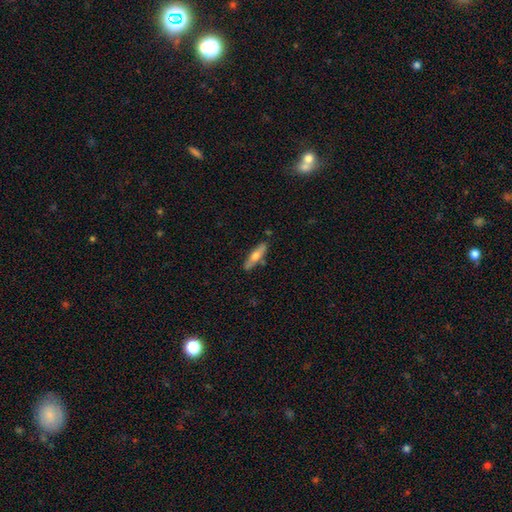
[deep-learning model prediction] Smooth or featured? smooth (55%)
How rounded? cigar-shaped (69%)
Merging? none (81%)